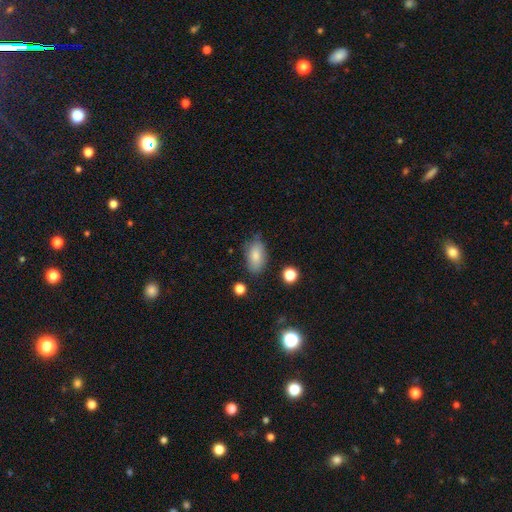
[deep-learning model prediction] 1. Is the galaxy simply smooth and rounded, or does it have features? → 81% smooth, 12% featured or disk, 7% star or artifact.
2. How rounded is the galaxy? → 91% in between, 5% round, 3% cigar-shaped.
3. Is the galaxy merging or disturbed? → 69% none, 23% minor disturbance, 5% major disturbance, 3% merger.